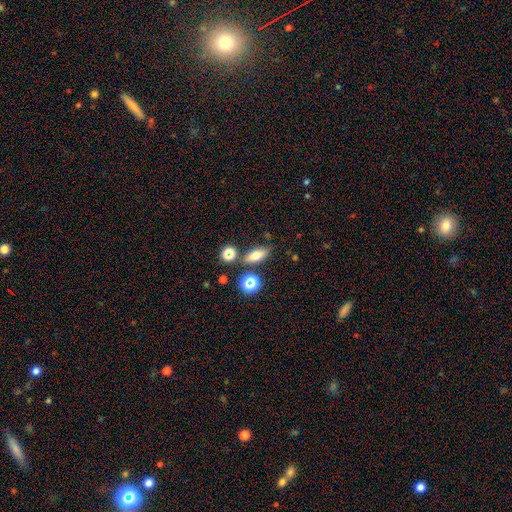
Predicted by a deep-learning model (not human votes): The model was most divided on "how rounded": in between: 63%, cigar-shaped: 24%, round: 13%. More confident: merging — none (77%); smooth or featured — smooth (66%).